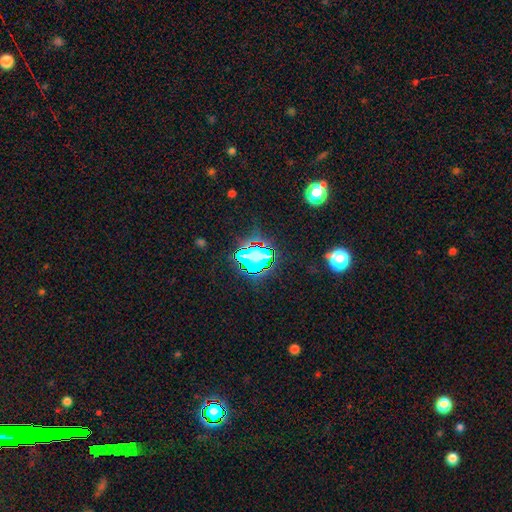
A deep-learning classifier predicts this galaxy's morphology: Smooth or featured? star or artifact (59%)